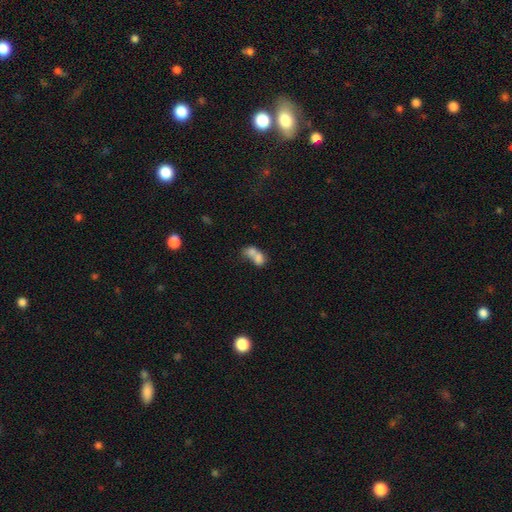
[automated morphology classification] Overall: smooth (71%). How rounded: in between (66%; round 32%). Merging: merger (75%).